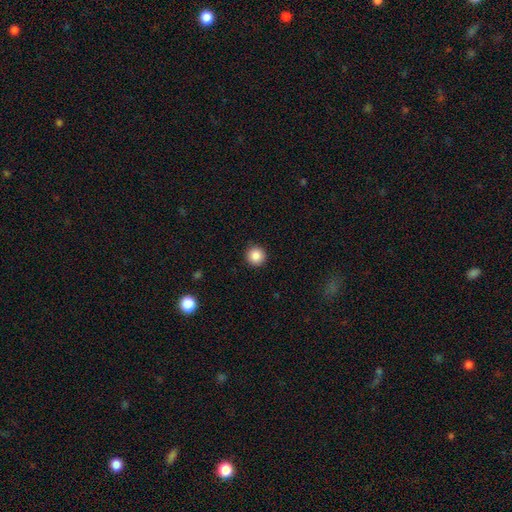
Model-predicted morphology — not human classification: smooth 87%, star or artifact 10%, featured or disk 4%. Down the decision tree: how rounded — round (95%); merging — none (93%).